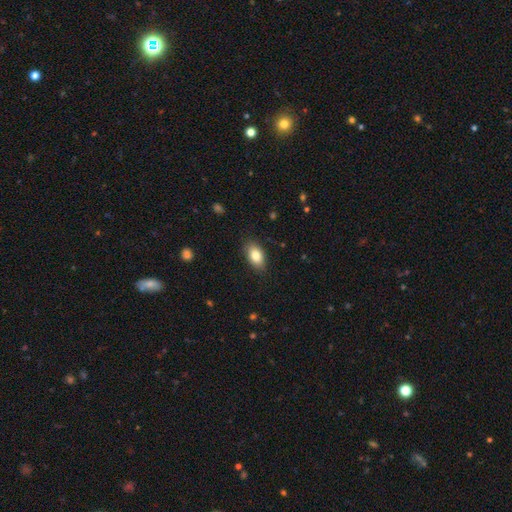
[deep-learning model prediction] A smooth galaxy with no disk features (83%) that is in between round and cigar-shaped (91%). Merging: none (85%).